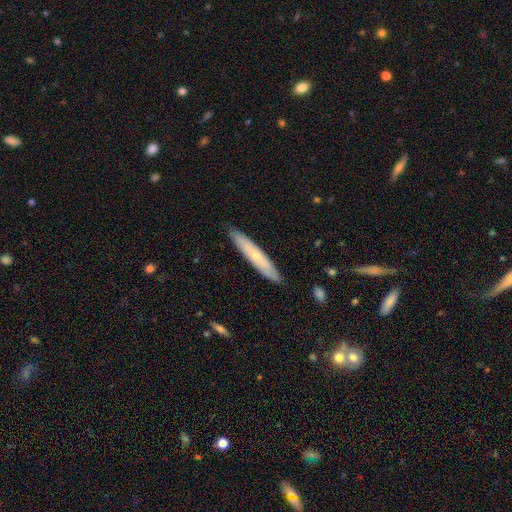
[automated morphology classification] The model was most divided on "smooth or featured": smooth: 54%, featured or disk: 40%, star or artifact: 6%. More confident: how rounded — cigar-shaped (92%); merging — none (88%).